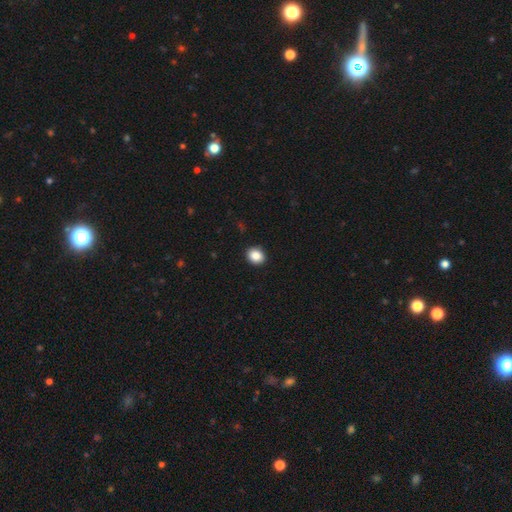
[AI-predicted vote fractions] The model was most divided on "how rounded": round: 65%, in between: 34%, cigar-shaped: 1%. More confident: merging — none (92%); smooth or featured — smooth (86%).